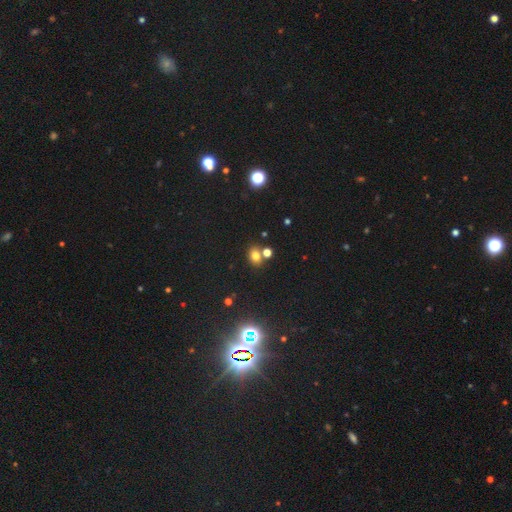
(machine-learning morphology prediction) Smooth or featured? Predicted: smooth (p=0.71). How rounded? Predicted: in between (p=0.58). Merging? Predicted: none (p=0.65).